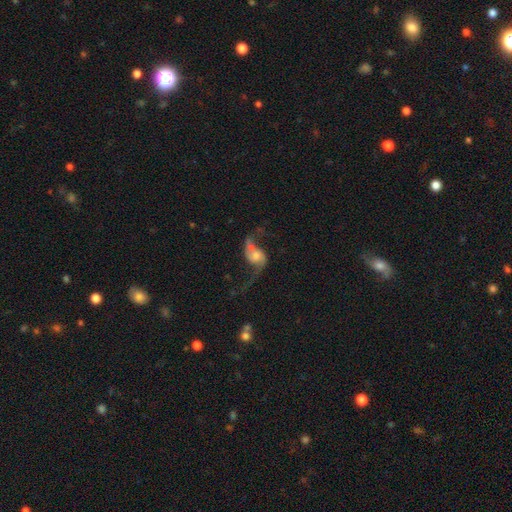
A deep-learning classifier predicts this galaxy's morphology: The model was most divided on "bulge size": moderate: 49%, small: 29%, large: 13%, none: 6%, dominant: 3%. More confident: edge-on disk — no (97%); spiral arms — yes (94%); spiral arm count — 2 (93%); spiral winding — loose (88%); smooth or featured — featured or disk (84%); bar — no (63%); merging — none (52%).